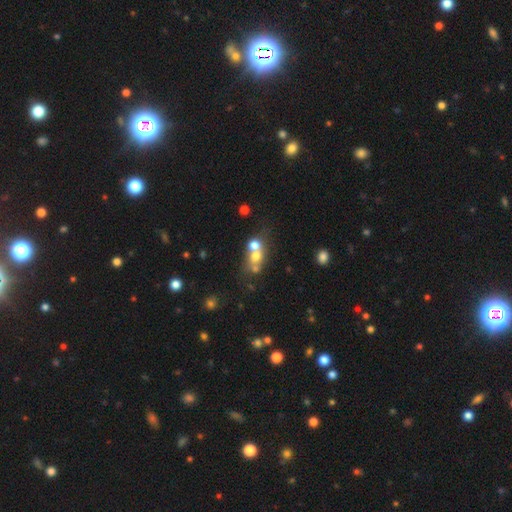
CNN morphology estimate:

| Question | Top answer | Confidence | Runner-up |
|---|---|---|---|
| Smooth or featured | smooth | 62% | featured or disk (25%) |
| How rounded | round | 61% | in between (36%) |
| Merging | merger | 59% | none (29%) |